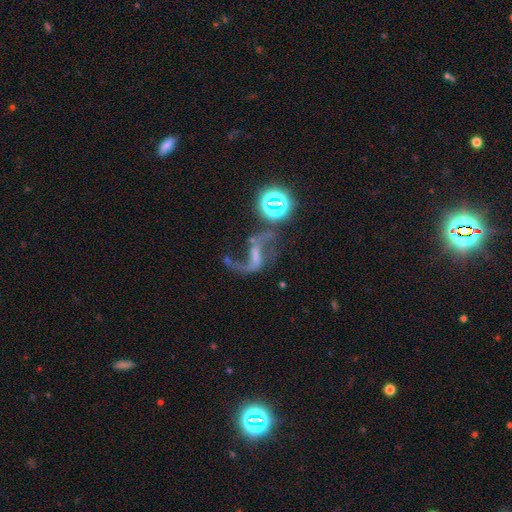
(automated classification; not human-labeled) Q: Smooth or featured?
A: featured or disk (74%); runner-up: star or artifact (18%)
Q: Edge-on disk?
A: no (96%); runner-up: yes (4%)
Q: Bar?
A: weak (38%); runner-up: strong (36%)
Q: Spiral arms?
A: yes (92%); runner-up: no (8%)
Q: Spiral winding?
A: loose (85%); runner-up: medium (12%)
Q: Spiral arm count?
A: 2 (83%); runner-up: 1 (12%)
Q: Bulge size?
A: none (41%); runner-up: small (35%)
Q: Merging?
A: none (49%); runner-up: major disturbance (24%)